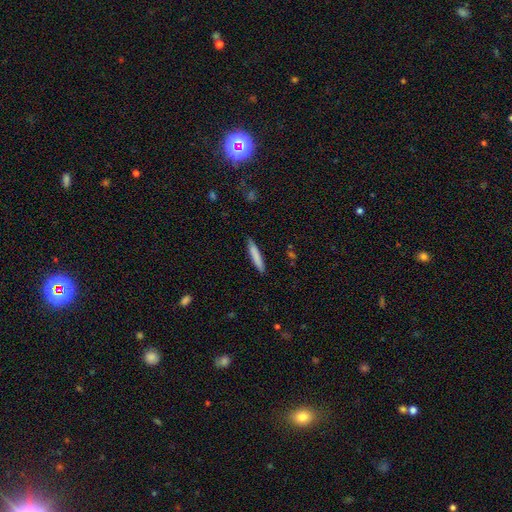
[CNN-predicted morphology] Smooth or featured: smooth — 81% (featured or disk — 13%)
How rounded: cigar-shaped — 92% (in between — 7%)
Merging: none — 87% (minor disturbance — 10%)